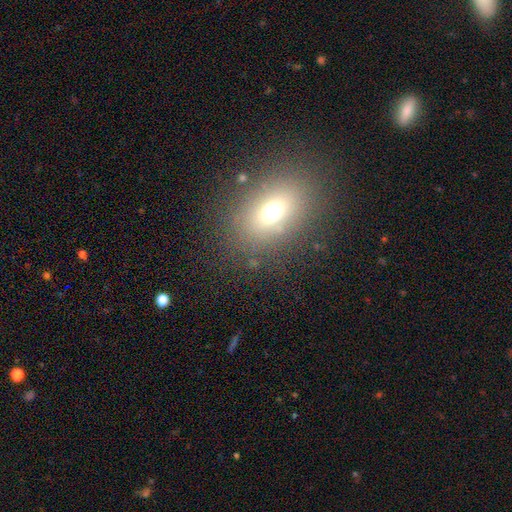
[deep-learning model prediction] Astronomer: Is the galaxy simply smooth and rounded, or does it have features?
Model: smooth — 66%.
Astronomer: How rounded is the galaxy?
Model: in between — 72%.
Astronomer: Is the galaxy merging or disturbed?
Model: none — 85%.